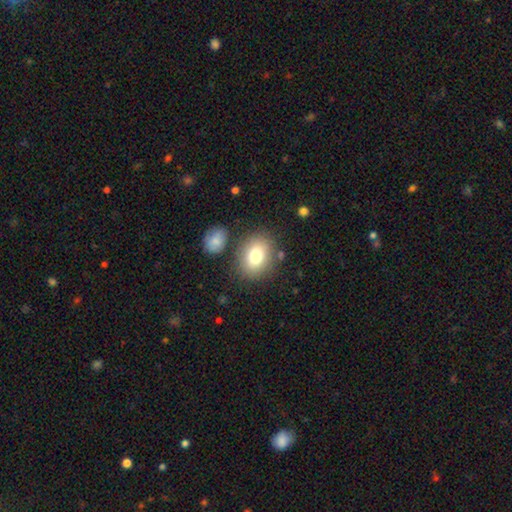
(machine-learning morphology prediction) Smooth or featured: smooth — 78% (featured or disk — 12%)
How rounded: in between — 56% (round — 44%)
Merging: none — 78% (minor disturbance — 11%)